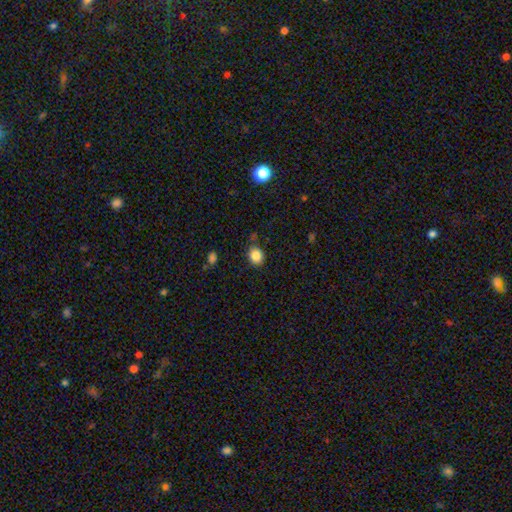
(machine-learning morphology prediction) Q: Smooth or featured?
A: smooth (85%); runner-up: star or artifact (10%)
Q: How rounded?
A: round (68%); runner-up: in between (31%)
Q: Merging?
A: none (78%); runner-up: minor disturbance (15%)